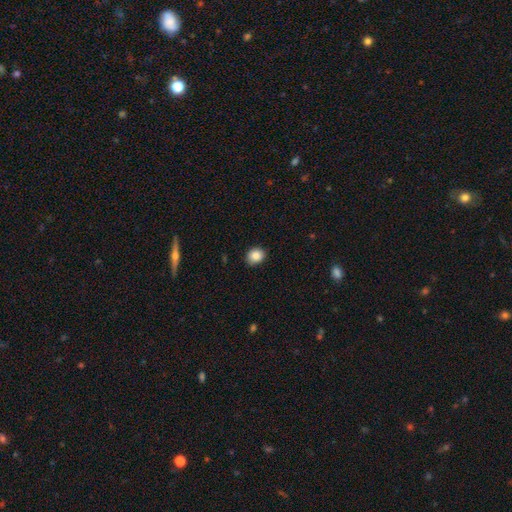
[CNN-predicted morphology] This is clearly a smooth galaxy (85%). How rounded: likely round (65%). Merging: clearly none (86%).